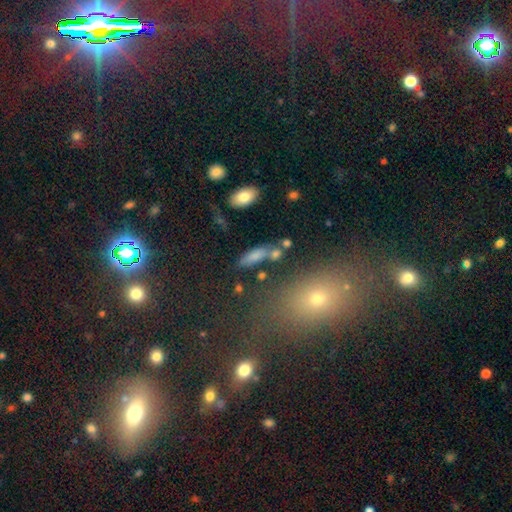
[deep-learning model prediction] smooth 70%, featured or disk 17%, star or artifact 13%. Down the decision tree: how rounded — in between (57%); merging — none (55%).